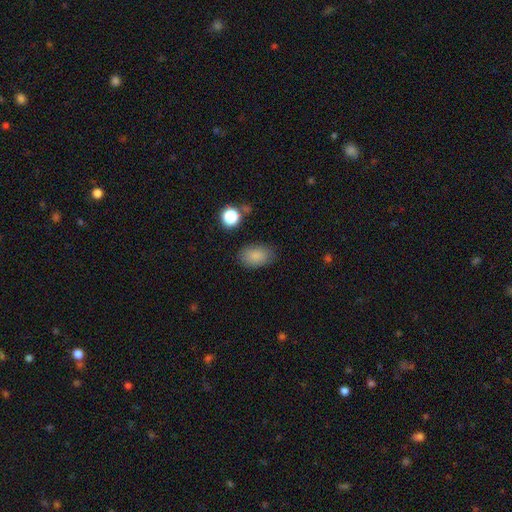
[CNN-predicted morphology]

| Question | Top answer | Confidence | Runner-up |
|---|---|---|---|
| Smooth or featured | smooth | 84% | star or artifact (9%) |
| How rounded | in between | 87% | round (12%) |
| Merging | none | 80% | minor disturbance (14%) |